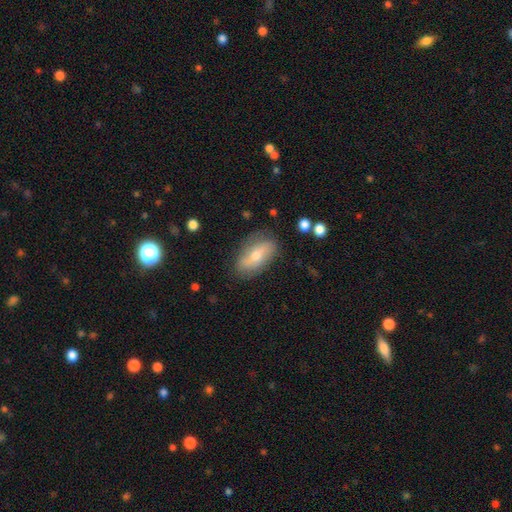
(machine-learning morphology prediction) type=smooth (50%); roundness=in between (83%); merging=none (77%).